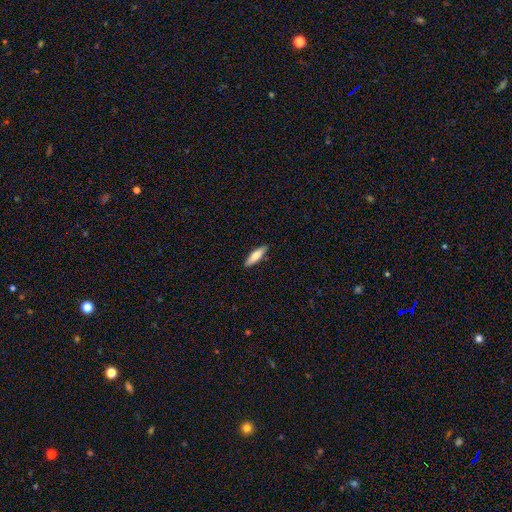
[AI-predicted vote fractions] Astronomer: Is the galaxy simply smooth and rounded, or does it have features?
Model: smooth — 71%.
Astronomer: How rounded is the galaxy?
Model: cigar-shaped — 63%.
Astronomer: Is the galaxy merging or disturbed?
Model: none — 86%.